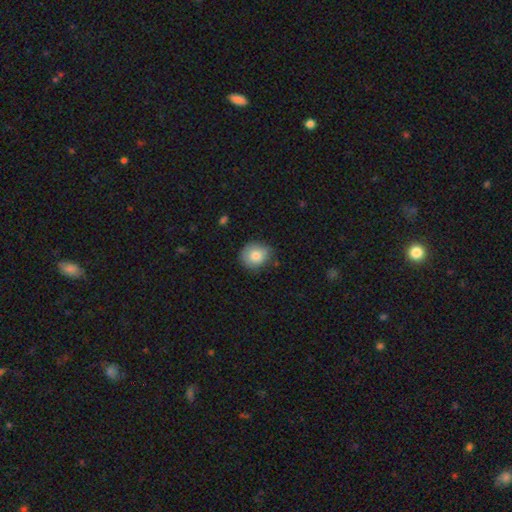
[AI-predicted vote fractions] This appears to be a smooth galaxy with no disk features (81%) that is round (73%). Merging: none (74%).